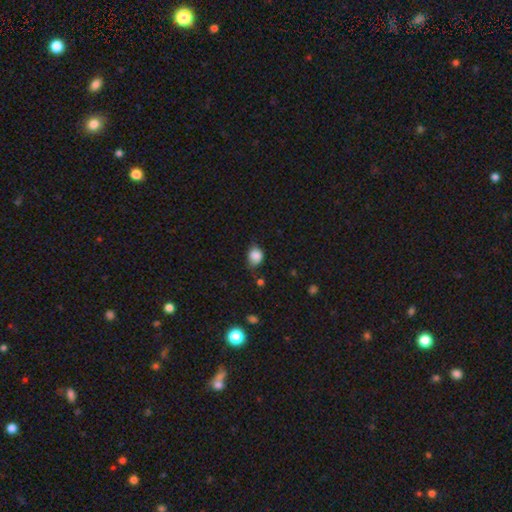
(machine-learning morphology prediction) Smooth or featured? smooth (84%)
How rounded? round (50%)
Merging? none (54%)